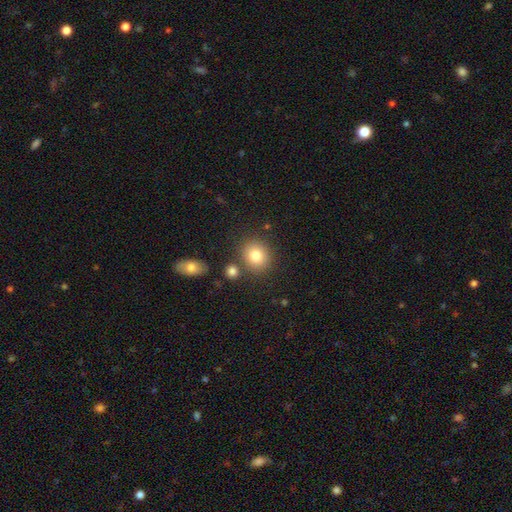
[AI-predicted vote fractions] Smooth or featured?
  - smooth: 82% *
  - star or artifact: 10%
  - featured or disk: 8%
How rounded?
  - round: 73% *
  - in between: 26%
  - cigar-shaped: 1%
Merging?
  - none: 79% *
  - minor disturbance: 9%
  - merger: 9%
  - major disturbance: 3%